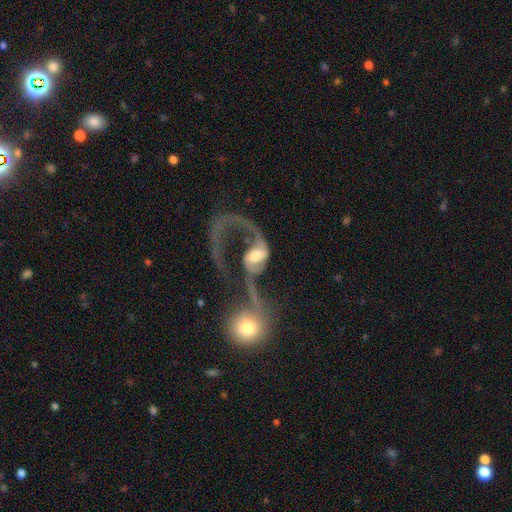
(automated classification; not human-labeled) Smooth or featured: featured or disk — 78% (smooth — 15%)
Edge-on disk: no — 96% (yes — 4%)
Bar: no — 40% (weak — 38%)
Spiral arms: yes — 88% (no — 12%)
Spiral winding: loose — 64% (medium — 27%)
Spiral arm count: 2 — 55% (1 — 35%)
Bulge size: moderate — 49% (large — 24%)
Merging: merger — 51% (major disturbance — 28%)